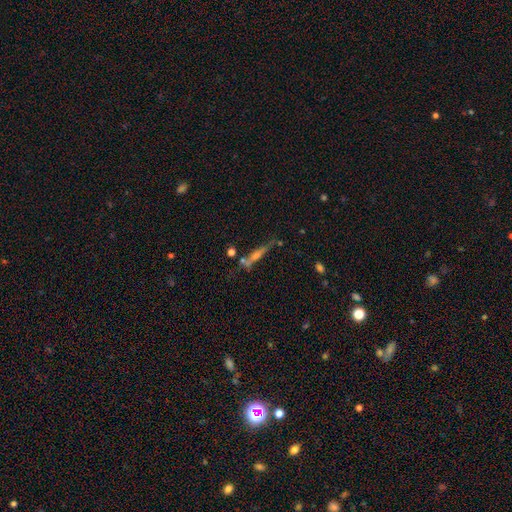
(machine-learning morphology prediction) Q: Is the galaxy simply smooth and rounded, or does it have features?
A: featured or disk — 60%.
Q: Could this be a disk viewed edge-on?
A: yes — 89%.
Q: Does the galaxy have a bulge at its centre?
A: rounded — 68%.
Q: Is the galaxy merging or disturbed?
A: none — 64%.